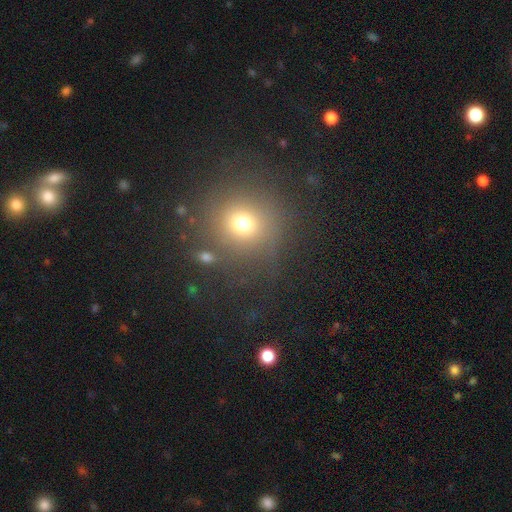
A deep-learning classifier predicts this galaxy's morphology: This is possibly a smooth galaxy (60%). How rounded: clearly round (93%). Merging: clearly none (87%).